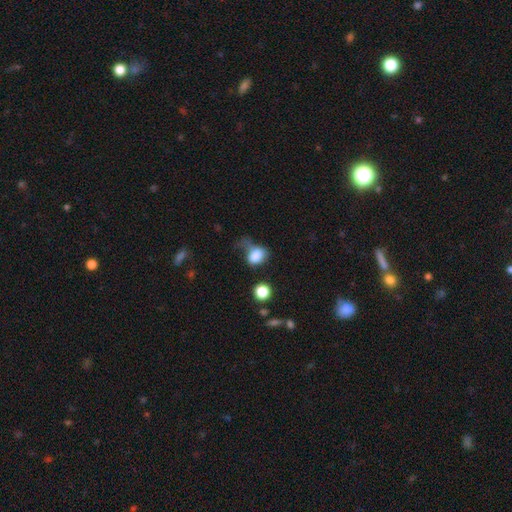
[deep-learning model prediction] Morphology: type=smooth (78%); roundness=in between (66%); merging=major disturbance (40%).